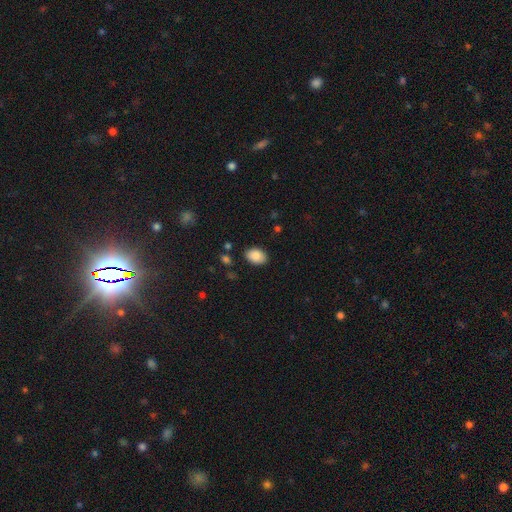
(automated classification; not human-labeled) A smooth galaxy with no disk features (88%) that is in between round and cigar-shaped (84%). Merging: none (86%).